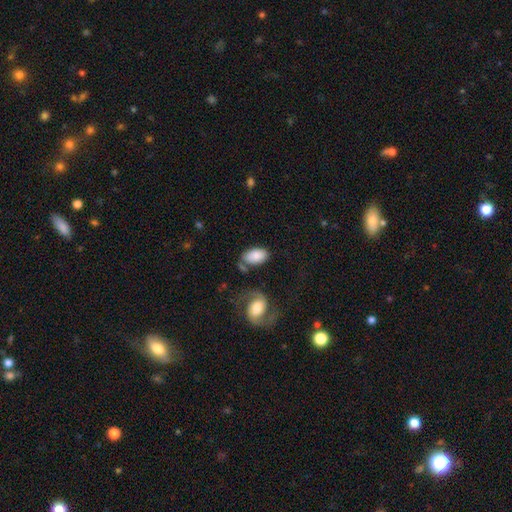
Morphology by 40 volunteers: Overall: smooth (70%). How rounded: in between (89%). Merging: none (49%; minor disturbance 29%).